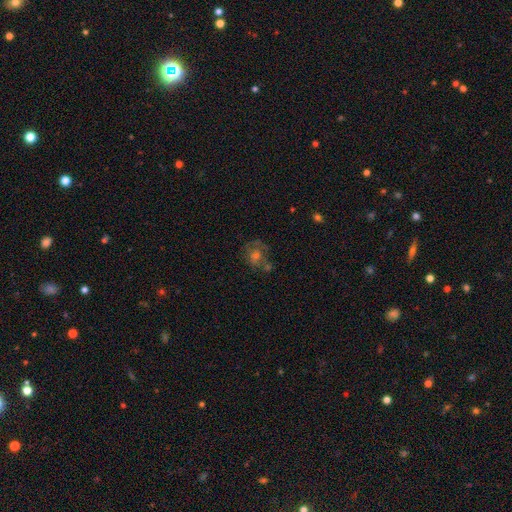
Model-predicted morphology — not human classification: featured or disk 49%, smooth 31%, star or artifact 20%. Down the decision tree: merging — none (49%).